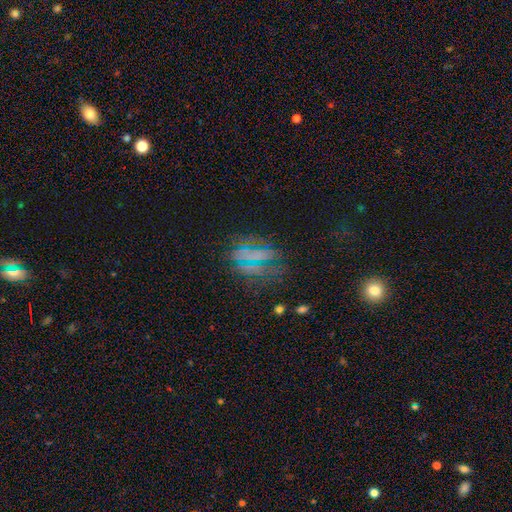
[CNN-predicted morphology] A star or artifact, not a galaxy (38%).

Vote fractions:
- Smooth or featured? star or artifact: 38% / smooth: 31% / featured or disk: 31%